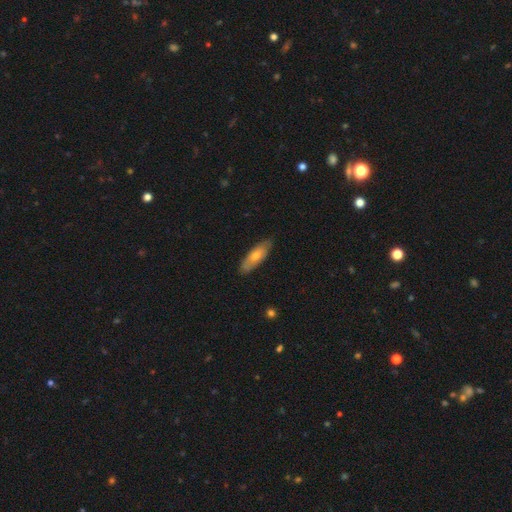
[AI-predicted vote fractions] Smooth or featured?
  - smooth: 58% *
  - featured or disk: 36%
  - star or artifact: 6%
How rounded?
  - in between: 56% *
  - cigar-shaped: 42%
  - round: 2%
Merging?
  - none: 81% *
  - minor disturbance: 15%
  - major disturbance: 2%
  - merger: 1%